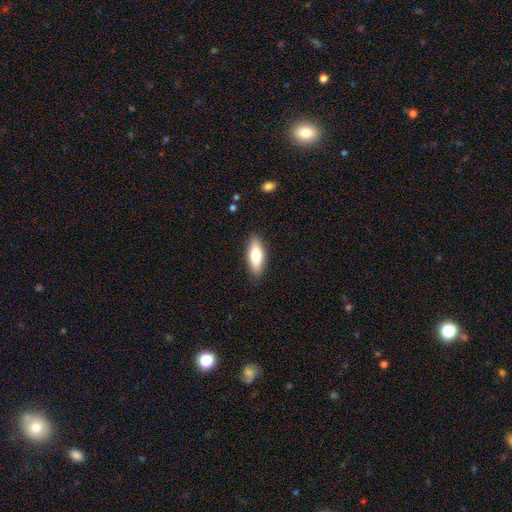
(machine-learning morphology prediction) type=smooth (71%); roundness=in between (67%); merging=none (87%).